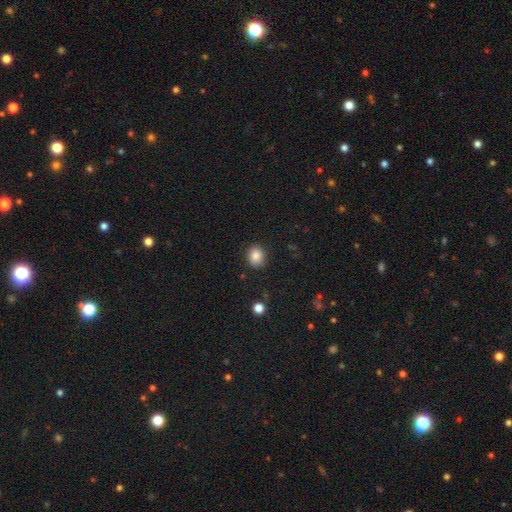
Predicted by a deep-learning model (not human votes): A smooth galaxy with no disk features (85%) that is round (76%). Merging: none (85%).